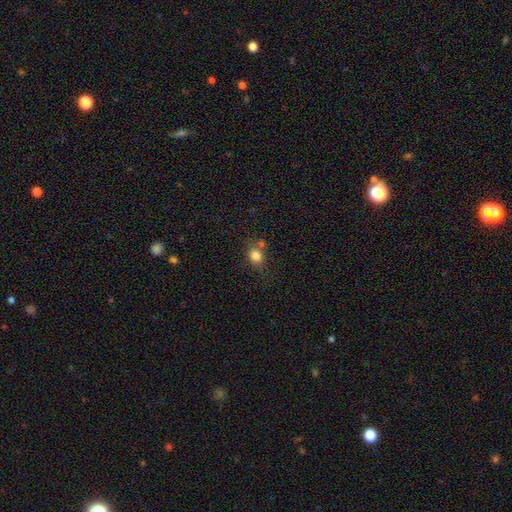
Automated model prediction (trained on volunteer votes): A smooth galaxy with no disk features (81%) that is round (60%). Merging: none (60%).